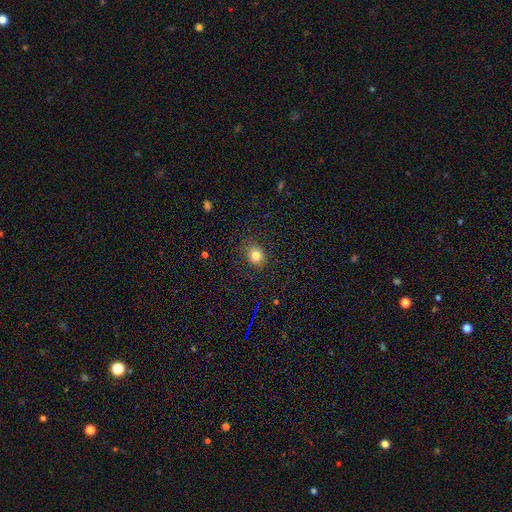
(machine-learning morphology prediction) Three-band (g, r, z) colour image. It shows a smooth galaxy with no disk features (80%) that is round (68%). Merging: none (85%).